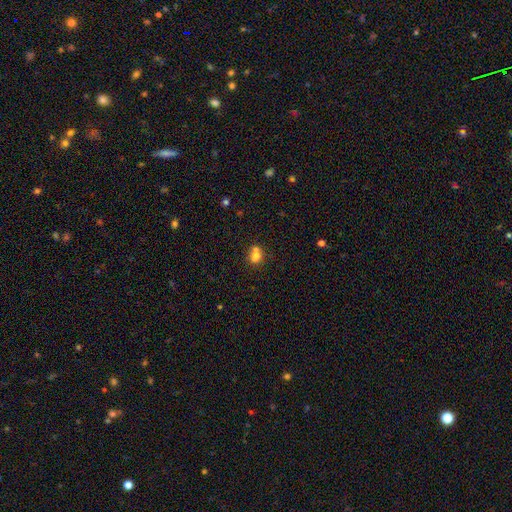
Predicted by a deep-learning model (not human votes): Smooth or featured: smooth — 70% (featured or disk — 16%)
How rounded: round — 62% (in between — 37%)
Merging: merger — 48% (none — 37%)